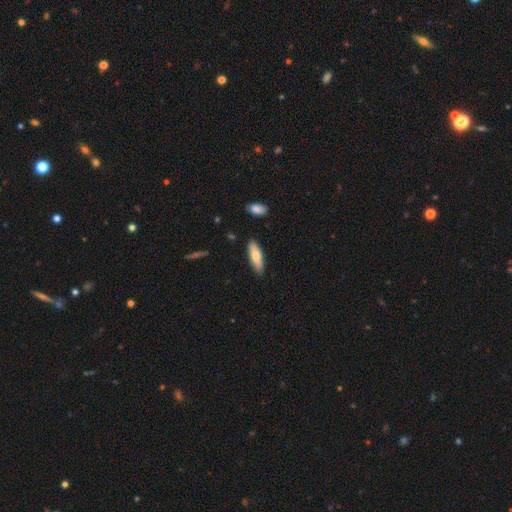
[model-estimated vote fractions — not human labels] The model was most divided on "how rounded": cigar-shaped: 53%, in between: 46%, round: 2%. More confident: merging — none (87%); smooth or featured — smooth (71%).